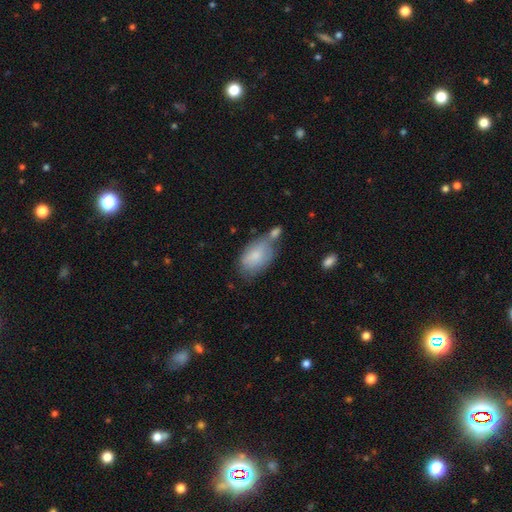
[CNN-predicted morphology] smooth 77%, featured or disk 17%, star or artifact 6%. Down the decision tree: how rounded — in between (92%); merging — none (39%).